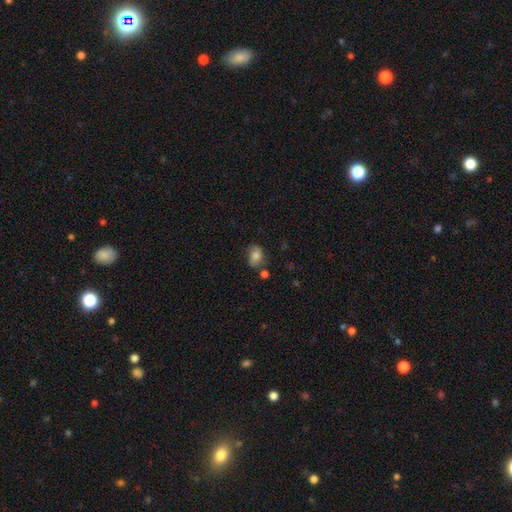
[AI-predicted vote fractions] Smooth or featured?
  - smooth: 72% *
  - featured or disk: 18%
  - star or artifact: 10%
How rounded?
  - in between: 66% *
  - round: 33%
  - cigar-shaped: 1%
Merging?
  - none: 55% *
  - minor disturbance: 27%
  - major disturbance: 9%
  - merger: 8%